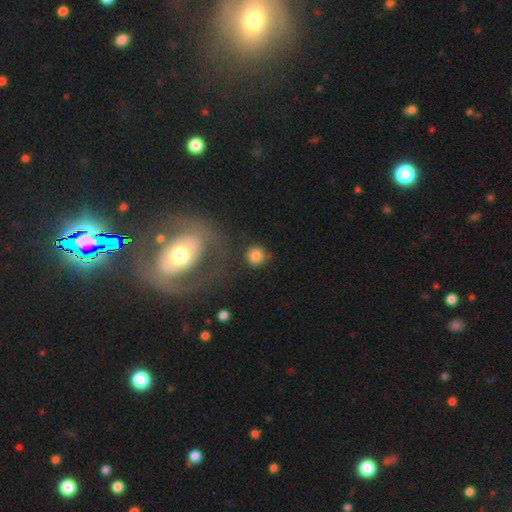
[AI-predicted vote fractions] Smooth or featured? smooth (83%)
How rounded? round (94%)
Merging? none (80%)